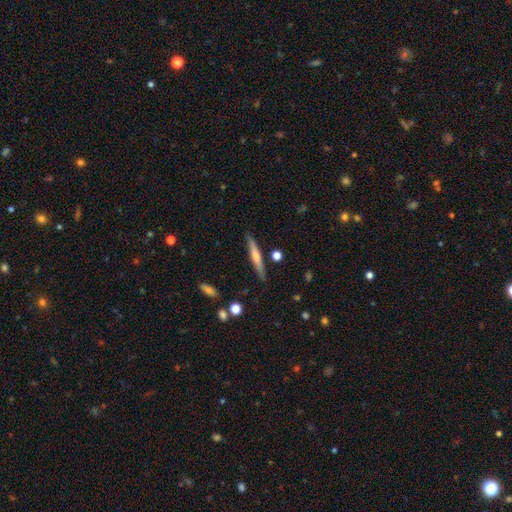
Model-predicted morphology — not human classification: A featured or disk galaxy (53%) viewed edge-on (96%) with a rounded central bulge (68%). Merging: none (87%).